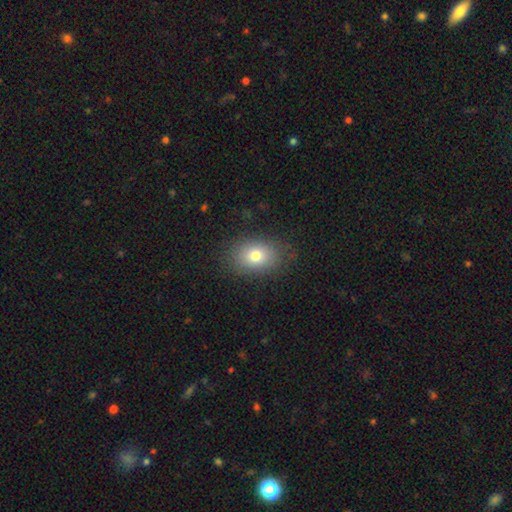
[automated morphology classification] This is likely a smooth galaxy (77%). How rounded: likely in between (71%). Merging: clearly none (85%).